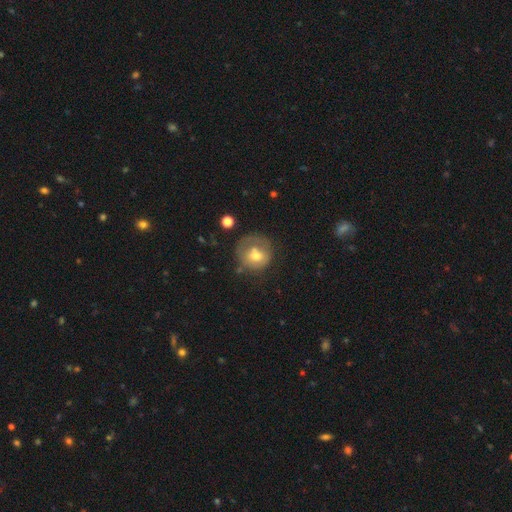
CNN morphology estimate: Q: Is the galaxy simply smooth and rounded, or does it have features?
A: smooth — 56%.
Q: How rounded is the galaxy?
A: round — 82%.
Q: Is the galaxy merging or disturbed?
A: none — 45%.